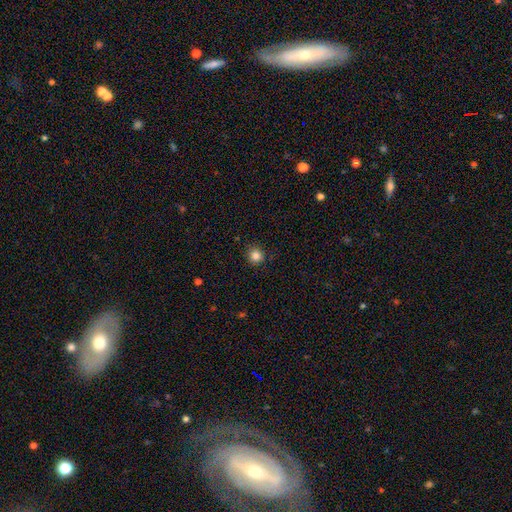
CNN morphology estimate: This appears to be a smooth galaxy with no disk features (84%) that is round (93%). Merging: none (90%).